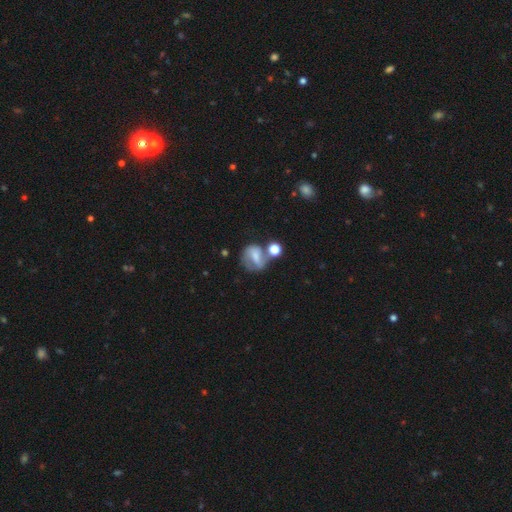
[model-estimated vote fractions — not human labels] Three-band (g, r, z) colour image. It shows a featured or disk galaxy (47%). Merging: none (41%).